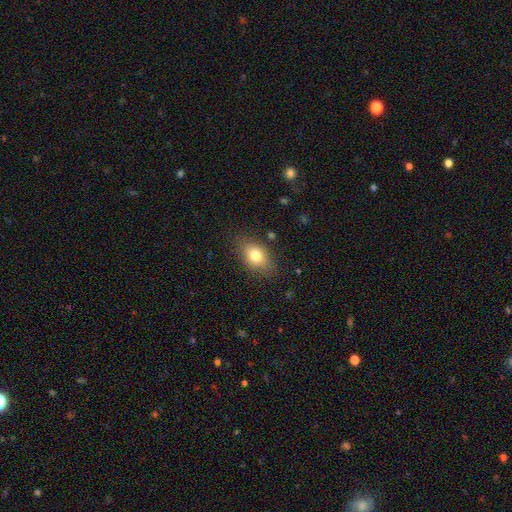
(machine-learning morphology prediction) Smooth or featured? Predicted: smooth (p=0.77). How rounded? Predicted: in between (p=0.79). Merging? Predicted: none (p=0.81).